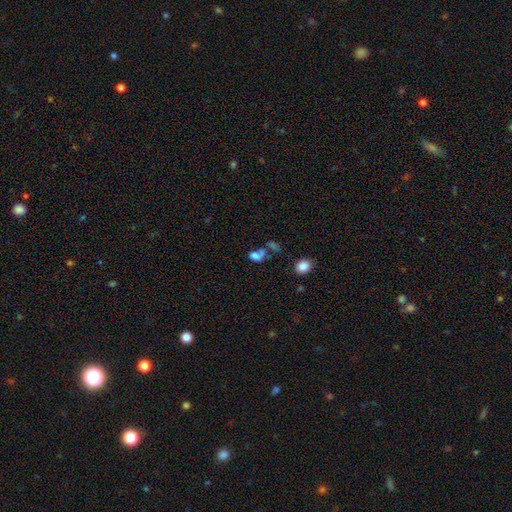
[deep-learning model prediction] Smooth or featured: smooth — 67% (featured or disk — 17%)
How rounded: in between — 77% (round — 20%)
Merging: merger — 40% (none — 25%)